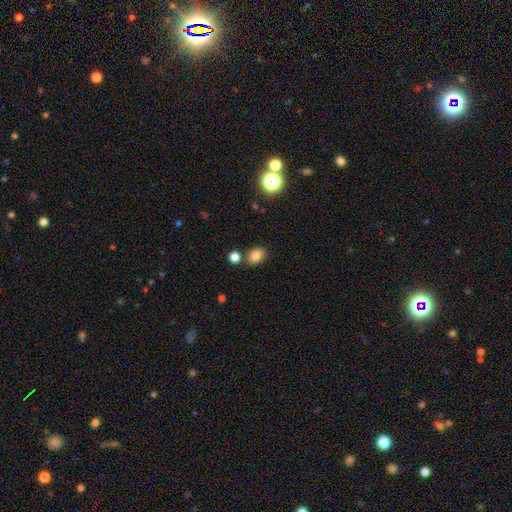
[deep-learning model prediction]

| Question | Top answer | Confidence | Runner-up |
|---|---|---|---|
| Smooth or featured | smooth | 81% | star or artifact (12%) |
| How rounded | in between | 61% | round (38%) |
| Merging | none | 76% | minor disturbance (11%) |